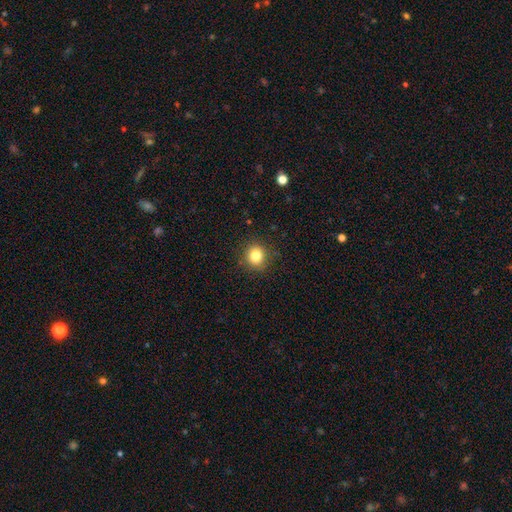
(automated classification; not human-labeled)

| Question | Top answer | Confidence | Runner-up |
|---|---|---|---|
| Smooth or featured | smooth | 82% | star or artifact (12%) |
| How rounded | round | 89% | in between (10%) |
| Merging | none | 89% | minor disturbance (8%) |